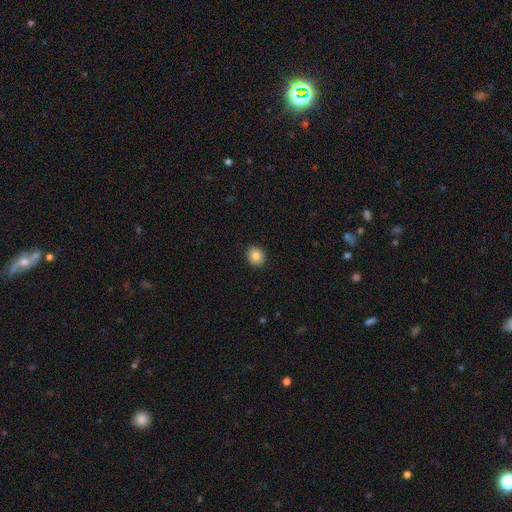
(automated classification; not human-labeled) Morphology: type=smooth (84%); roundness=round (72%); merging=none (91%).